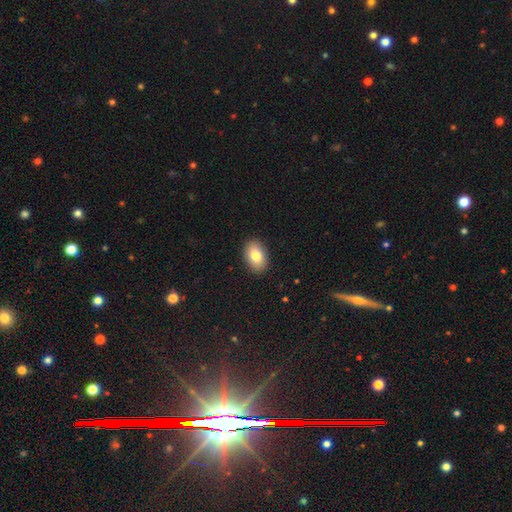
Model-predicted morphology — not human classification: Overall: smooth (82%). How rounded: in between (89%). Merging: none (90%).